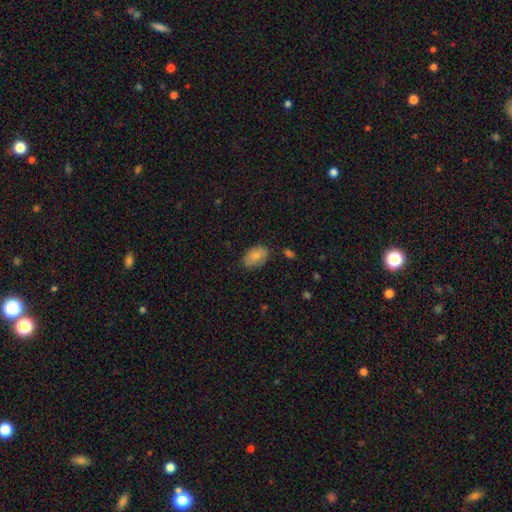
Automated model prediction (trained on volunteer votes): Smooth or featured? smooth (83%)
How rounded? in between (92%)
Merging? none (78%)